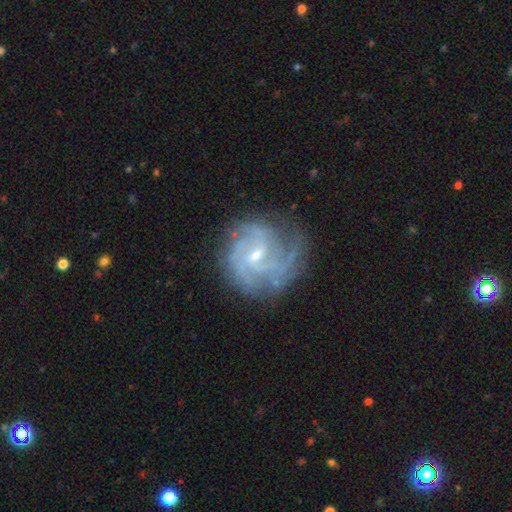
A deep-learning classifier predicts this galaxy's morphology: Smooth or featured? featured or disk (87%)
Edge-on disk? no (98%)
Bar? weak (61%)
Spiral arms? yes (96%)
Spiral winding? tight (50%)
Spiral arm count? can't tell (28%)
Bulge size? small (61%)
Merging? none (68%)